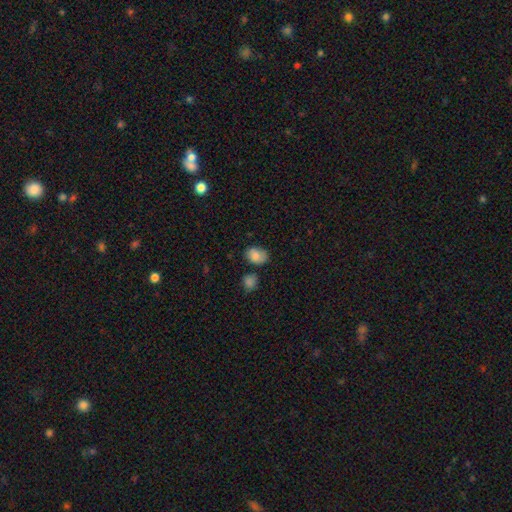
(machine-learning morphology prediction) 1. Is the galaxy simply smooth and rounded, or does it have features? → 80% smooth, 11% featured or disk, 9% star or artifact.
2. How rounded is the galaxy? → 74% in between, 25% round, 1% cigar-shaped.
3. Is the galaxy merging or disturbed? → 63% none, 25% minor disturbance, 7% major disturbance, 6% merger.